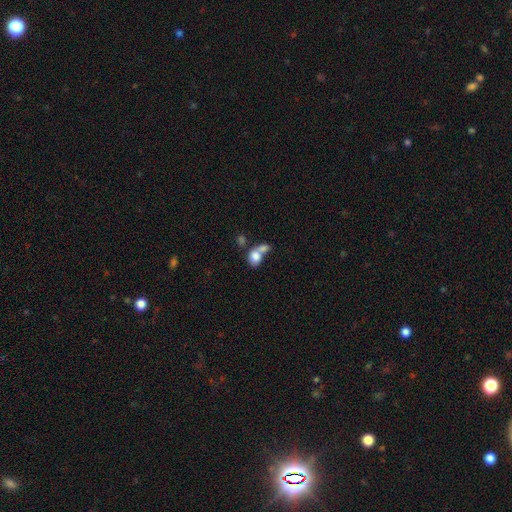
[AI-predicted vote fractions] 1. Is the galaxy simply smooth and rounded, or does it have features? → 78% smooth, 13% featured or disk, 8% star or artifact.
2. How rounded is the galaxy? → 54% in between, 44% round, 2% cigar-shaped.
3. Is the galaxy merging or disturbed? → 65% merger, 20% none, 8% minor disturbance, 7% major disturbance.